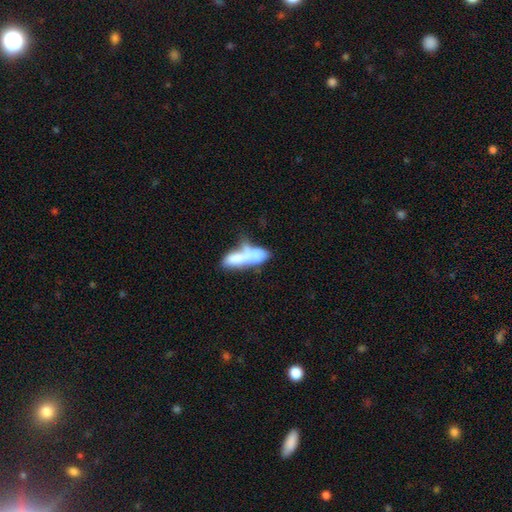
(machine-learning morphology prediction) This appears to be a smooth galaxy with no disk features (63%) that is in between round and cigar-shaped (63%). Merging: merger (64%).